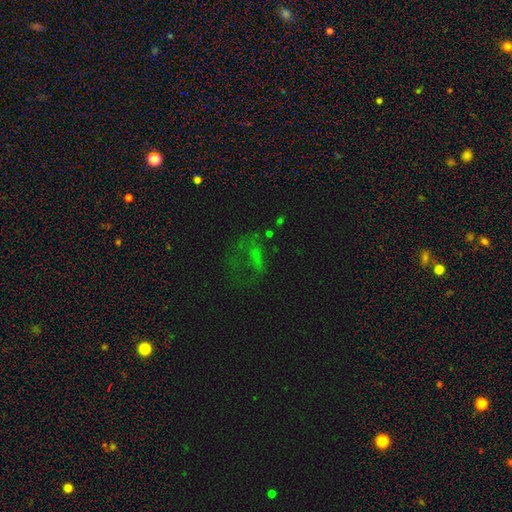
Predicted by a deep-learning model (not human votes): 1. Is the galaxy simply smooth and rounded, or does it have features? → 37% star or artifact, 33% smooth, 30% featured or disk.